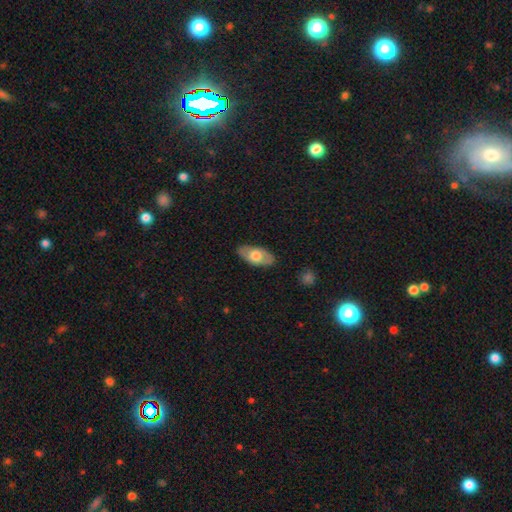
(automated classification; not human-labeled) Overall: smooth (61%; featured or disk 34%). How rounded: in between (92%). Merging: none (84%).